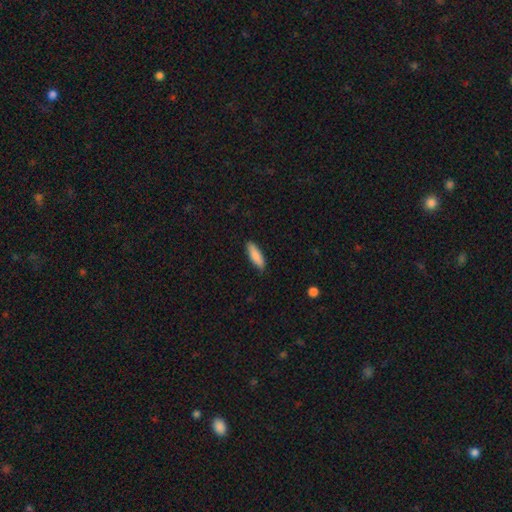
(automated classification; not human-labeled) smooth_or_featured: smooth (p=0.86) [alt: featured or disk p=0.08]
how_rounded: in between (p=0.50) [alt: cigar-shaped p=0.48]
merging: none (p=0.84) [alt: minor disturbance p=0.13]